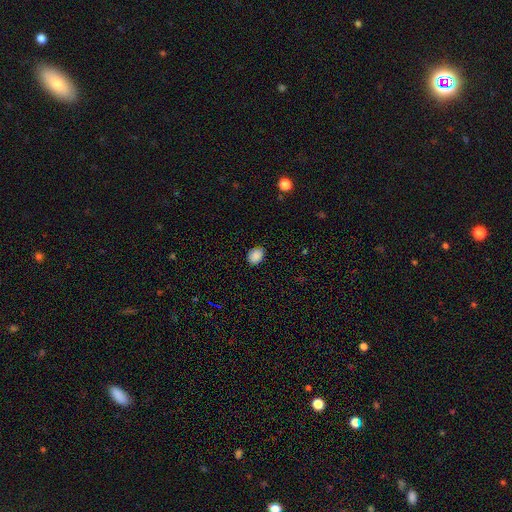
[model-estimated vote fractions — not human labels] Overall: smooth (88%). How rounded: in between (64%; round 35%). Merging: none (83%).